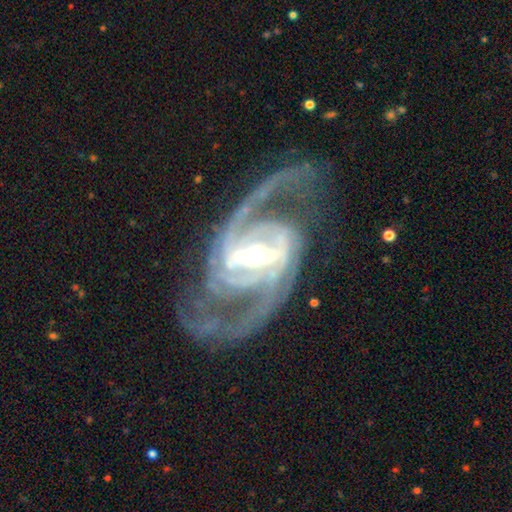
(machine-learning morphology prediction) Smooth or featured?
  - featured or disk: 93% *
  - star or artifact: 5%
  - smooth: 2%
Edge-on disk?
  - no: 97% *
  - yes: 3%
Bar?
  - strong: 61% *
  - weak: 30%
  - no: 9%
Spiral arms?
  - yes: 98% *
  - no: 2%
Spiral winding?
  - medium: 55% *
  - tight: 25%
  - loose: 19%
Spiral arm count?
  - 2: 71% *
  - 3: 12%
  - can't tell: 6%
  - 4: 4%
  - 1: 4%
  - more than 4: 4%
Bulge size?
  - moderate: 50% *
  - small: 43%
  - large: 4%
  - none: 1%
  - dominant: 1%
Merging?
  - none: 65% *
  - major disturbance: 16%
  - minor disturbance: 16%
  - merger: 2%